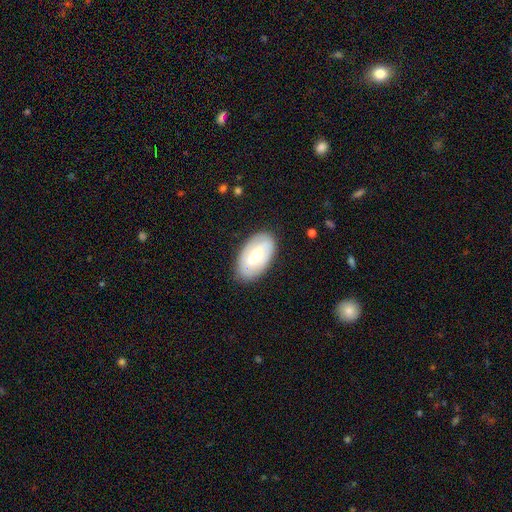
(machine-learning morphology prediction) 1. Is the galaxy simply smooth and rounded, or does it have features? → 50% featured or disk, 45% smooth, 6% star or artifact.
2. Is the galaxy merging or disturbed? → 85% none, 11% minor disturbance, 3% major disturbance, 1% merger.